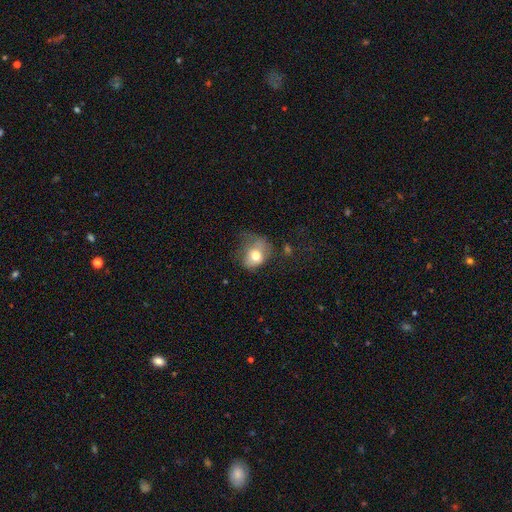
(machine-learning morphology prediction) Smooth or featured? Predicted: smooth (p=0.69). How rounded? Predicted: in between (p=0.54). Merging? Predicted: major disturbance (p=0.38).